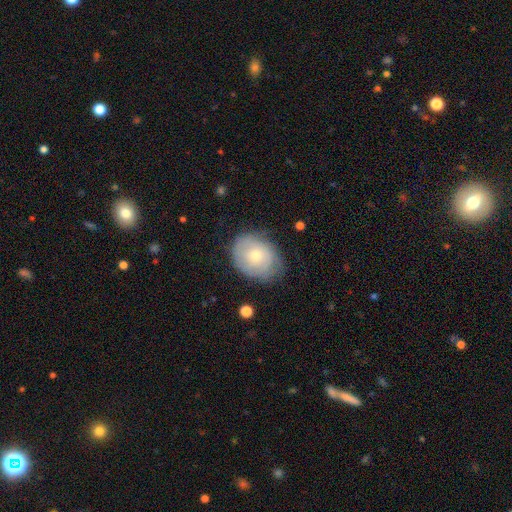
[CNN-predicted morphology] smooth_or_featured: smooth (p=0.53) [alt: featured or disk p=0.40]
how_rounded: in between (p=0.51) [alt: round p=0.48]
merging: none (p=0.64) [alt: minor disturbance p=0.27]